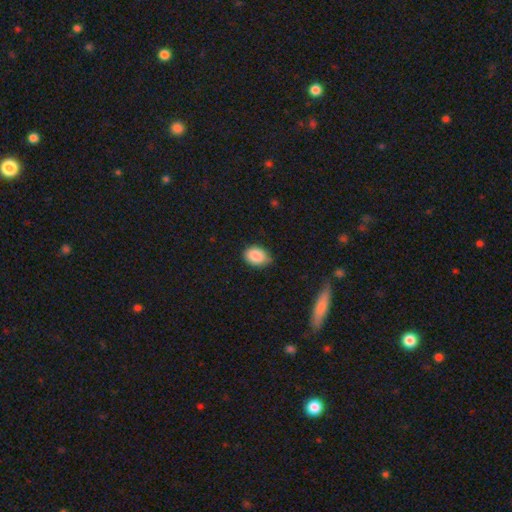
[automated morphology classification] Smooth or featured?
  - smooth: 87% *
  - star or artifact: 8%
  - featured or disk: 5%
How rounded?
  - in between: 70% *
  - round: 29%
  - cigar-shaped: 1%
Merging?
  - none: 71% *
  - minor disturbance: 25%
  - major disturbance: 3%
  - merger: 1%